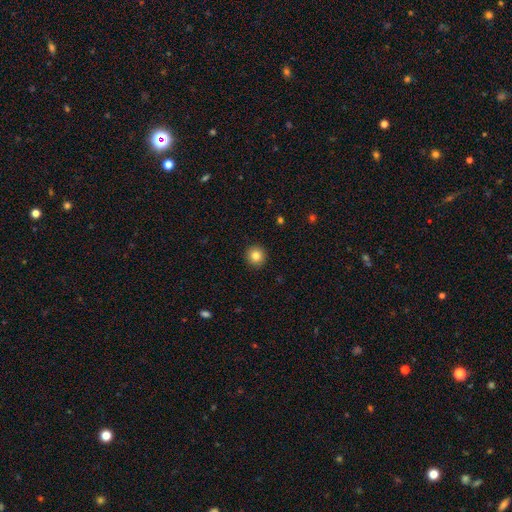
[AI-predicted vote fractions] Smooth or featured: smooth — 84% (star or artifact — 10%)
How rounded: round — 94% (in between — 5%)
Merging: none — 93% (minor disturbance — 5%)